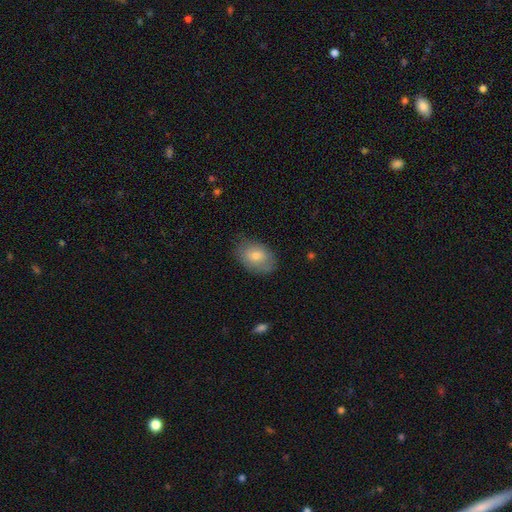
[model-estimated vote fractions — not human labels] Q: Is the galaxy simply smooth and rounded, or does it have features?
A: smooth — 72%.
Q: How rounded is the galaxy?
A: in between — 83%.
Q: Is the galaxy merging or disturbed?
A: none — 76%.